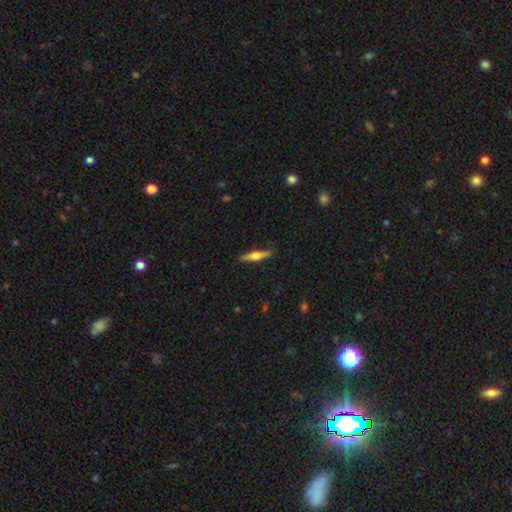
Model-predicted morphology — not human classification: type=featured or disk (47%, tied with smooth); merging=none (88%).